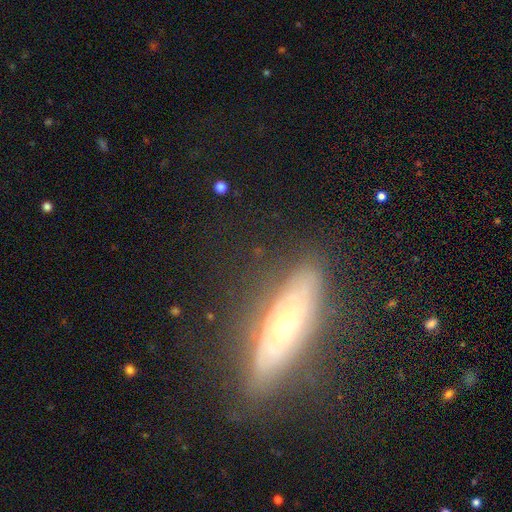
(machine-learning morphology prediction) Smooth or featured: featured or disk — 65% (smooth — 25%)
Edge-on disk: no — 53% (yes — 47%)
Merging: none — 80% (minor disturbance — 13%)